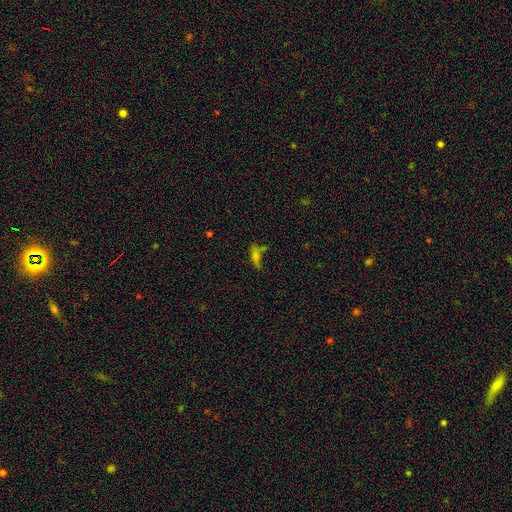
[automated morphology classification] A smooth galaxy with no disk features (54%) that is cigar-shaped (51%). Merging: none (50%).